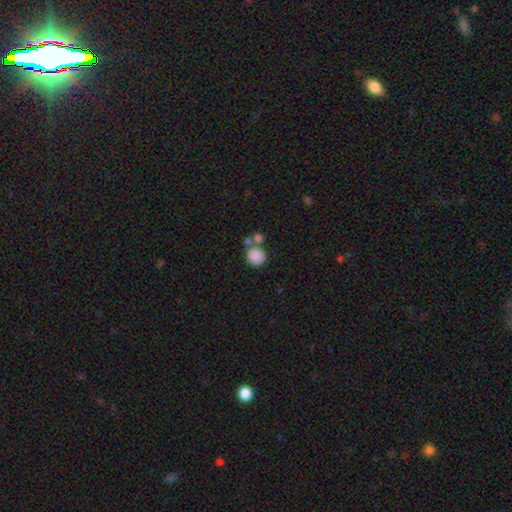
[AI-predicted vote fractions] The model was most divided on "merging": none: 59%, merger: 27%, minor disturbance: 10%, major disturbance: 4%. More confident: how rounded — round (88%); smooth or featured — smooth (86%).